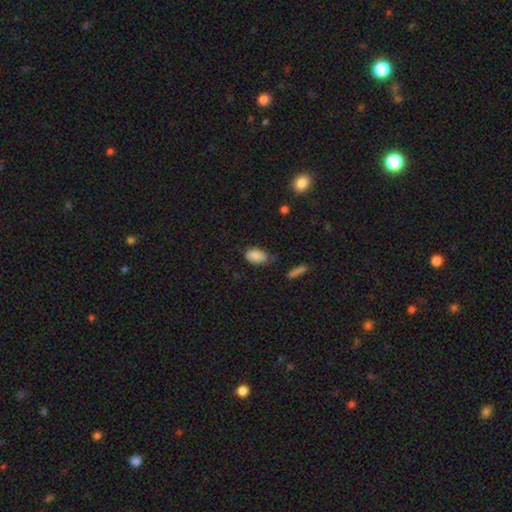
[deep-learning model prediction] A smooth galaxy with no disk features (86%) that is in between round and cigar-shaped (91%).

Vote fractions:
- Smooth or featured? smooth: 86% / star or artifact: 8% / featured or disk: 6%
- How rounded? in between: 91% / round: 7% / cigar-shaped: 2%
- Merging? none: 61% / minor disturbance: 28% / major disturbance: 6% / merger: 4%